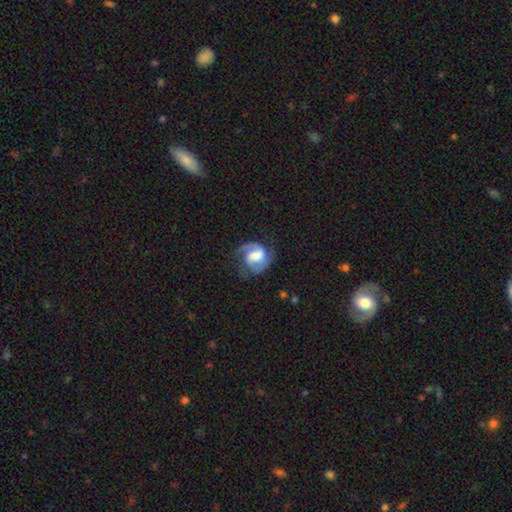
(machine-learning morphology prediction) smooth_or_featured: featured or disk (p=0.80) [alt: smooth p=0.14]
disk_edge_on: no (p=0.98) [alt: yes p=0.02]
bar: weak (p=0.50) [alt: strong p=0.27]
has_spiral_arms: yes (p=0.95) [alt: no p=0.05]
spiral_winding: medium (p=0.51) [alt: tight p=0.28]
spiral_arm_count: 2 (p=0.83) [alt: 1 p=0.08]
bulge_size: moderate (p=0.39) [alt: large p=0.31]
merging: none (p=0.64) [alt: minor disturbance p=0.20]